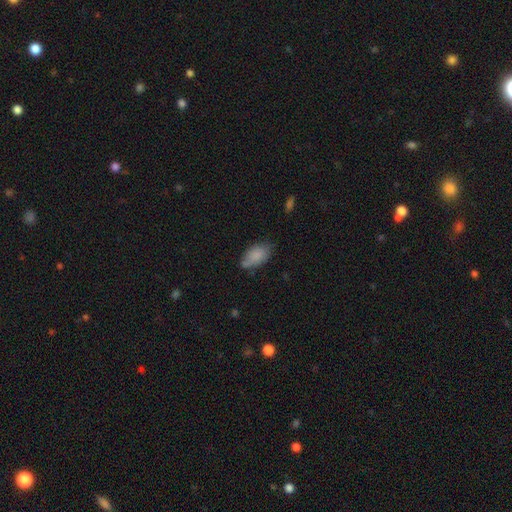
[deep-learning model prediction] The model was most divided on "merging": none: 57%, minor disturbance: 30%, major disturbance: 7%, merger: 6%. More confident: how rounded — in between (93%); smooth or featured — smooth (83%).